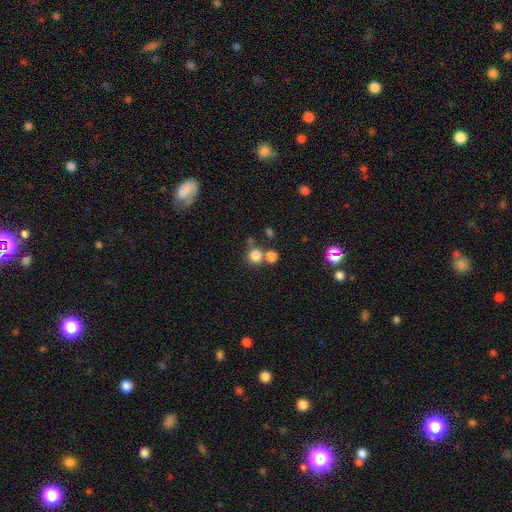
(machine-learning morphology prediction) Smooth or featured? Predicted: smooth (p=0.81). How rounded? Predicted: round (p=0.88). Merging? Predicted: none (p=0.60).